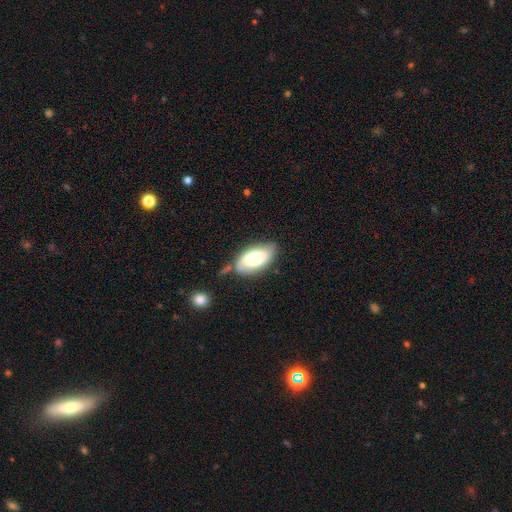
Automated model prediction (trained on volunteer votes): The model was most divided on "smooth or featured": smooth: 68%, featured or disk: 26%, star or artifact: 7%. More confident: how rounded — in between (94%); merging — none (65%).